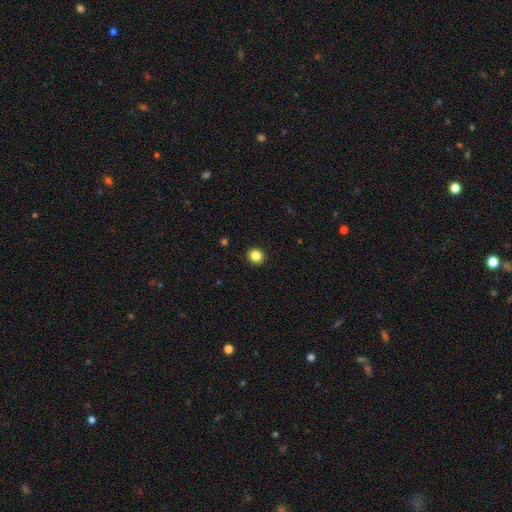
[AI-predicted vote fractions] This appears to be a smooth galaxy with no disk features (85%) that is round (85%). Merging: none (92%).